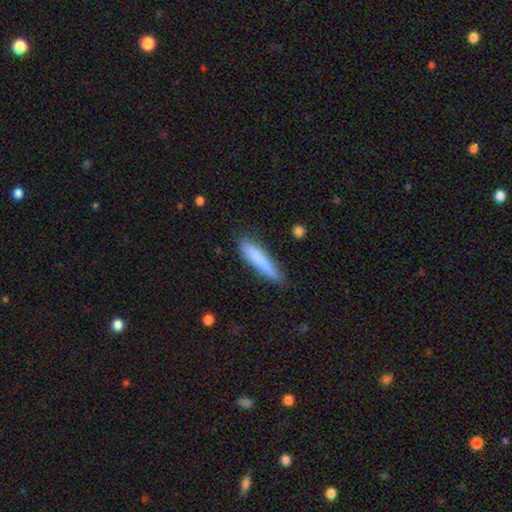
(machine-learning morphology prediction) Overall: smooth (75%). How rounded: cigar-shaped (88%). Merging: none (77%).